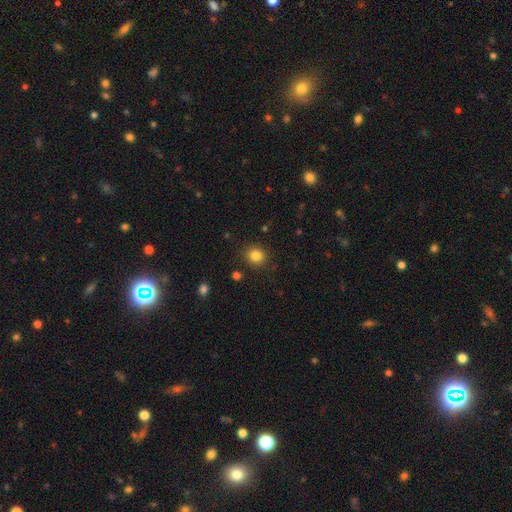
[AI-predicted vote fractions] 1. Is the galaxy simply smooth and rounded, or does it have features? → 83% smooth, 12% star or artifact, 5% featured or disk.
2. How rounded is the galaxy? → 84% round, 16% in between, 1% cigar-shaped.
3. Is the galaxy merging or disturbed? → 89% none, 7% minor disturbance, 2% major disturbance, 2% merger.